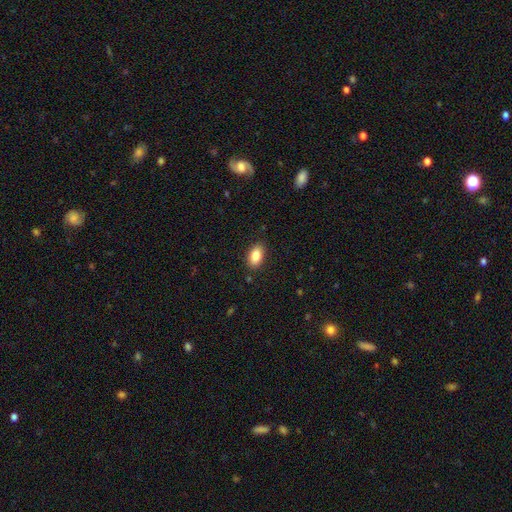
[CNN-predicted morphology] type=smooth (85%); roundness=in between (91%); merging=none (86%).